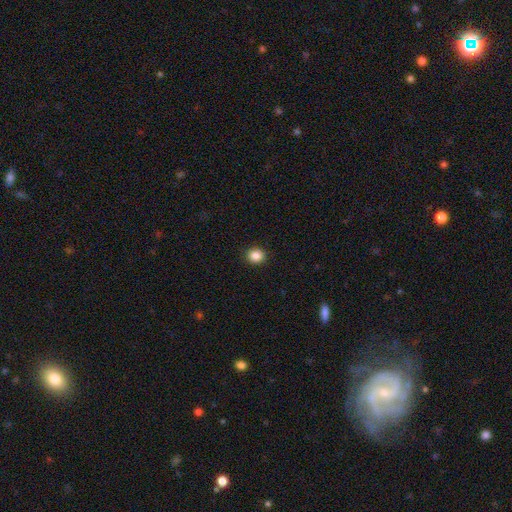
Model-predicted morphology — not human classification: This is clearly a smooth galaxy (87%). How rounded: clearly round (83%). Merging: clearly none (91%).